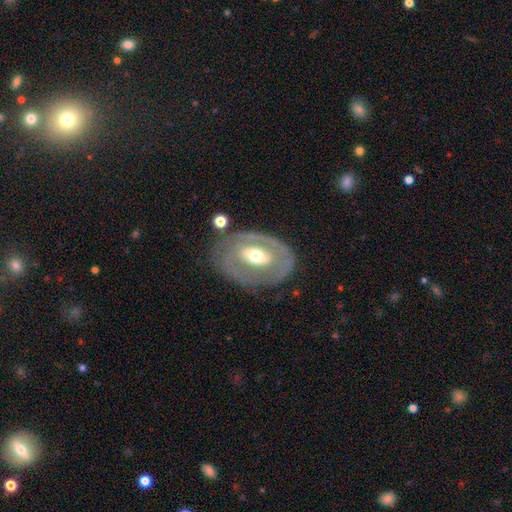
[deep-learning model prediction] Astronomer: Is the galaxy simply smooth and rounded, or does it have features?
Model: featured or disk — 73%.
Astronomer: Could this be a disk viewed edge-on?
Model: no — 94%.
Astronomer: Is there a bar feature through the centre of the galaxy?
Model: no — 44% (runner-up: weak, 33%).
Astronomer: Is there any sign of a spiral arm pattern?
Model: no — 52% (runner-up: yes, 48%).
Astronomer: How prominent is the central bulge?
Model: moderate — 66%.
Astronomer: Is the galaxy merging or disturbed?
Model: none — 70%.